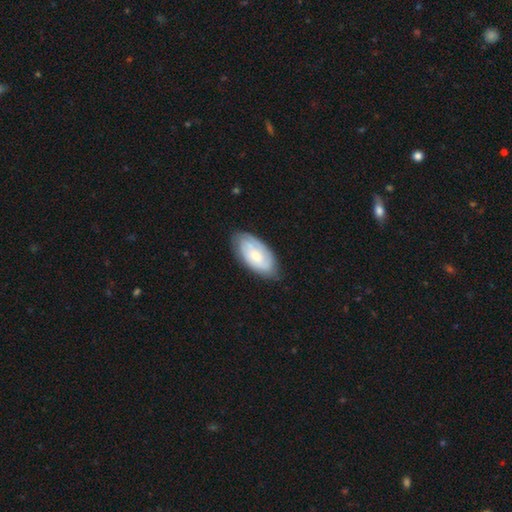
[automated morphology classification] Smooth or featured: featured or disk — 55% (smooth — 39%)
Edge-on disk: no — 93% (yes — 7%)
Bar: no — 68% (weak — 26%)
Spiral arms: yes — 84% (no — 16%)
Bulge size: small — 47% (moderate — 43%)
Merging: none — 75% (minor disturbance — 20%)